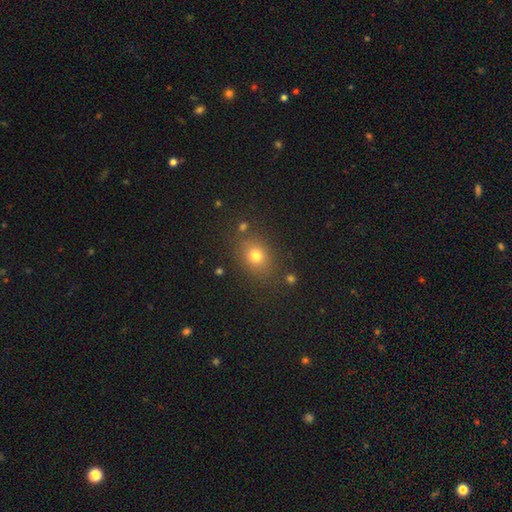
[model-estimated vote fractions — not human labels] smooth_or_featured: smooth (p=0.75) [alt: star or artifact p=0.16]
how_rounded: round (p=0.58) [alt: in between p=0.40]
merging: none (p=0.80) [alt: minor disturbance p=0.12]